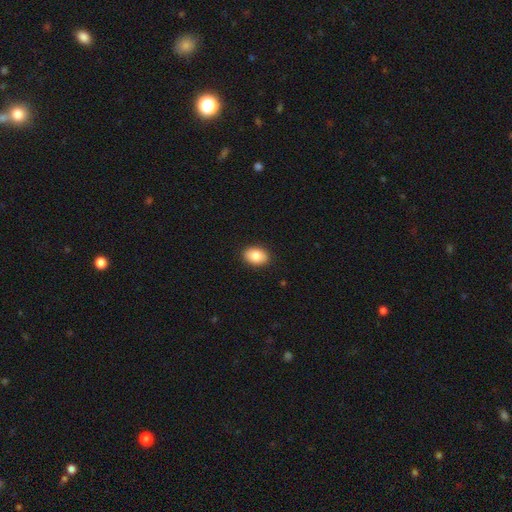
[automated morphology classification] smooth_or_featured: smooth (p=0.85) [alt: featured or disk p=0.07]
how_rounded: in between (p=0.82) [alt: round p=0.17]
merging: none (p=0.90) [alt: minor disturbance p=0.07]